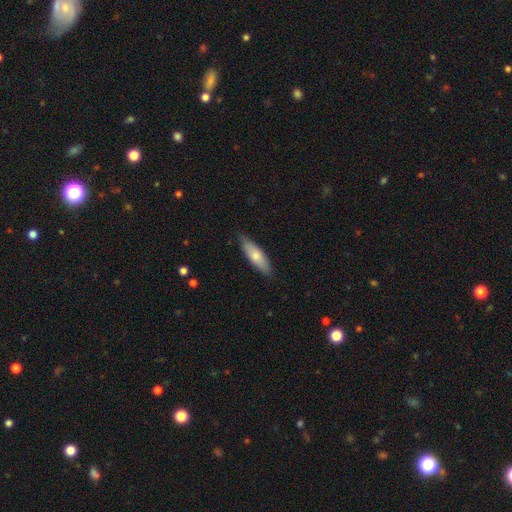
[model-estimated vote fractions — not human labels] Smooth or featured: smooth — 71% (featured or disk — 23%)
How rounded: in between — 51% (cigar-shaped — 47%)
Merging: none — 82% (minor disturbance — 15%)